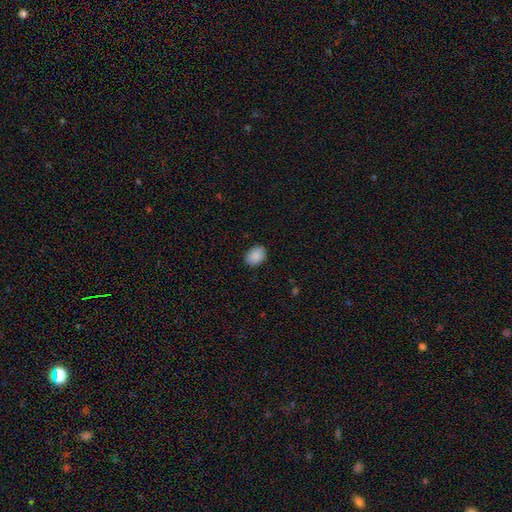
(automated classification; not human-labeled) smooth_or_featured: smooth (p=0.89) [alt: star or artifact p=0.07]
how_rounded: in between (p=0.72) [alt: round p=0.28]
merging: none (p=0.87) [alt: minor disturbance p=0.10]